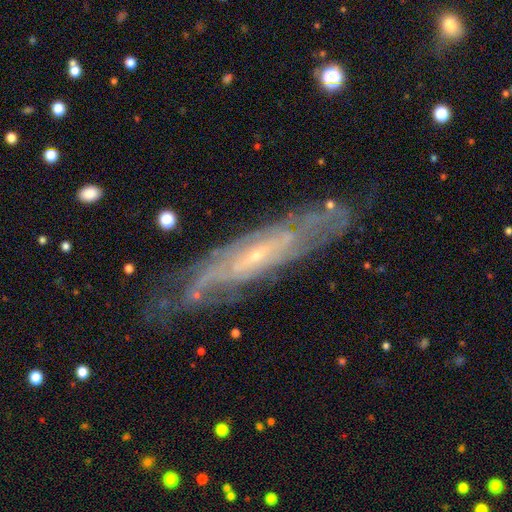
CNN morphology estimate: smooth-or-featured: featured or disk: 83% | smooth: 11% | star or artifact: 7%
  disk-edge-on: no: 68% | yes: 32%
    bar: no: 58% | weak: 32% | strong: 10%
    has-spiral-arms: yes: 93% | no: 7%
      spiral-winding: tight: 64% | medium: 28% | loose: 7%
      spiral-arm-count: can't tell: 52% | 2: 18% | 3: 10% | 4: 9% | more than 4: 6% | 1: 5%
    bulge-size: small: 82% | moderate: 12% | none: 4% | large: 1% | dominant: 1%
  merging: none: 75% | minor disturbance: 18% | major disturbance: 5% | merger: 2%